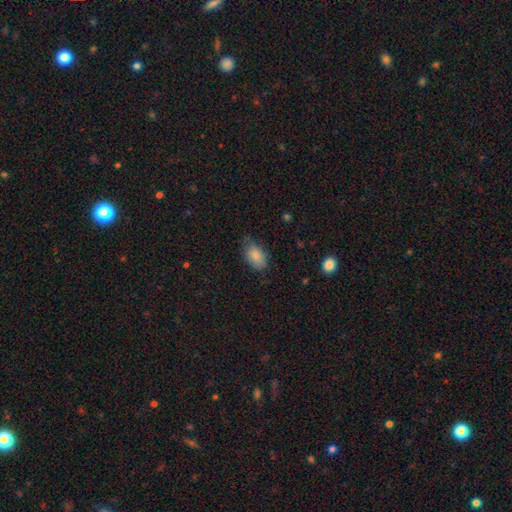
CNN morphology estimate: Overall: smooth (82%). How rounded: in between (90%). Merging: none (54%; minor disturbance 36%).